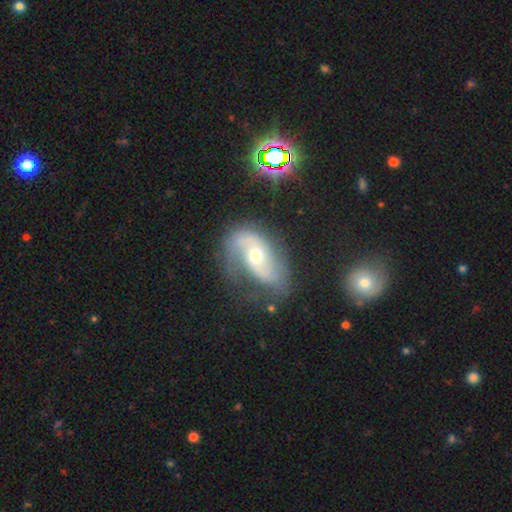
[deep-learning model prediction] Smooth or featured: featured or disk — 79% (smooth — 13%)
Edge-on disk: no — 96% (yes — 4%)
Bar: no — 57% (weak — 31%)
Spiral arms: yes — 92% (no — 8%)
Spiral winding: loose — 42% (medium — 41%)
Spiral arm count: 2 — 75% (1 — 14%)
Bulge size: moderate — 58% (small — 36%)
Merging: none — 49% (minor disturbance — 26%)